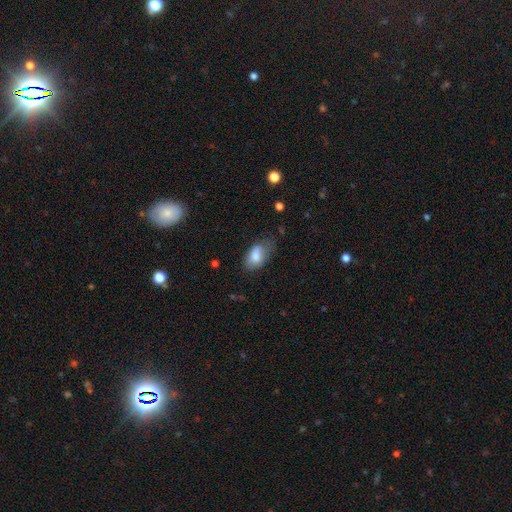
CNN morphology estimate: This appears to be a smooth galaxy with no disk features (81%) that is in between round and cigar-shaped (93%). Merging: none (51%).